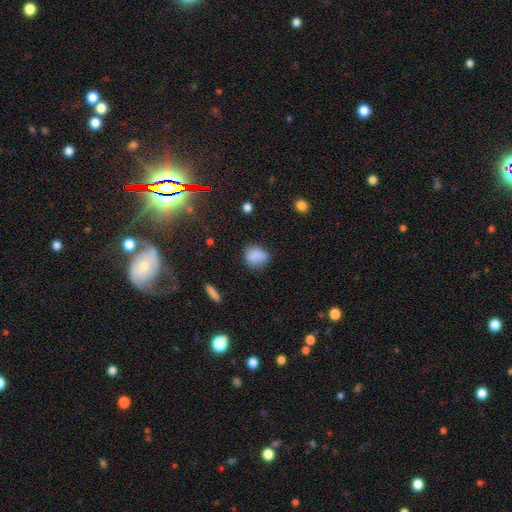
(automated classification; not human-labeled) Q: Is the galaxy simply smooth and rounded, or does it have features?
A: smooth — 85%.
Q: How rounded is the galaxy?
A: round — 62%.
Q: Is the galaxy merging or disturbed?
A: none — 69%.